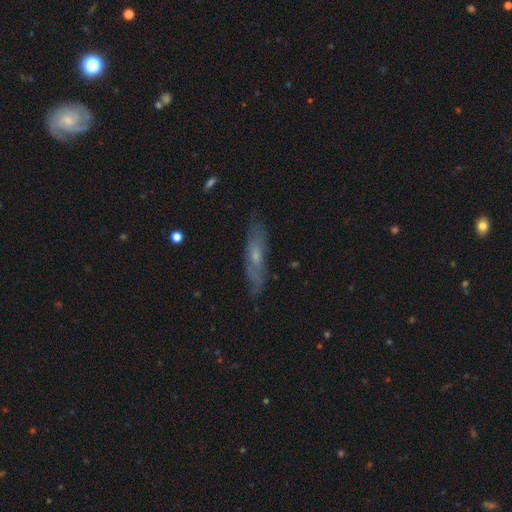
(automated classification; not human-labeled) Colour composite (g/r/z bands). It shows a featured or disk galaxy (55%). Merging: none (76%).